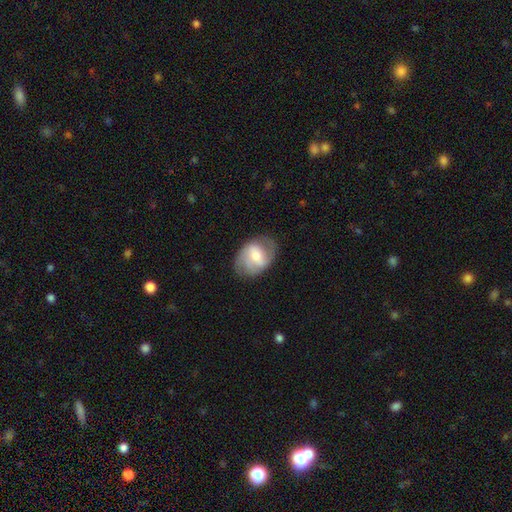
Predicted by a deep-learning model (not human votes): Morphology: type=featured or disk (62%); edge-on=no (96%); bar=weak (48%); spiral arms=yes (84%); winding=medium (45%); arm count=2 (66%); bulge=moderate (57%); merging=none (75%).